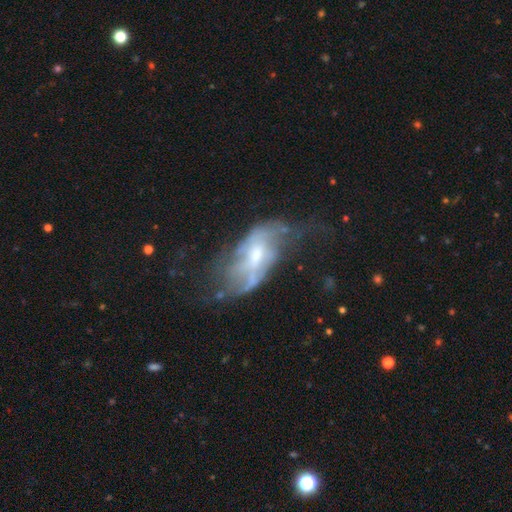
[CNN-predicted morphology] featured or disk 71%, smooth 20%, star or artifact 8%. Down the decision tree: edge-on disk — no (90%); bar — weak (43%); spiral arms — yes (67%); bulge size — moderate (53%); merging — none (36%, tied with major disturbance).